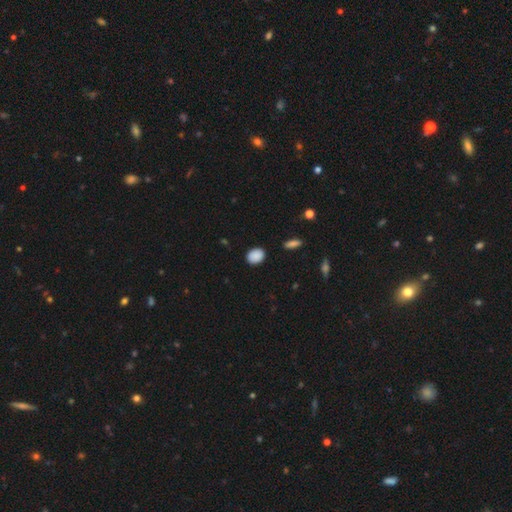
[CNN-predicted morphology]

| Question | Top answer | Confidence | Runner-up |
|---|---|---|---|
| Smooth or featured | smooth | 89% | star or artifact (8%) |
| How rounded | in between | 64% | round (35%) |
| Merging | none | 87% | minor disturbance (10%) |